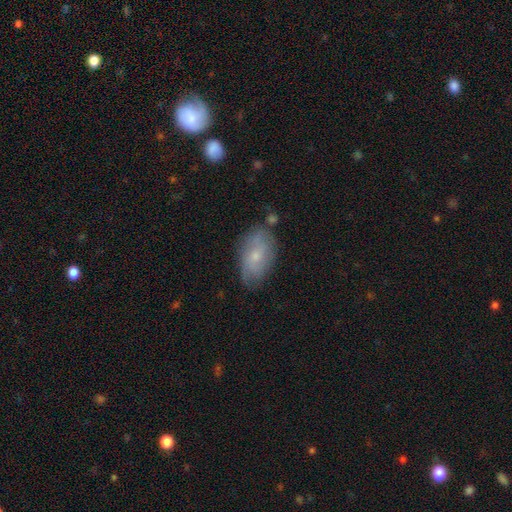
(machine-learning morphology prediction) smooth 57%, featured or disk 36%, star or artifact 8%. Down the decision tree: how rounded — in between (92%); merging — none (67%).